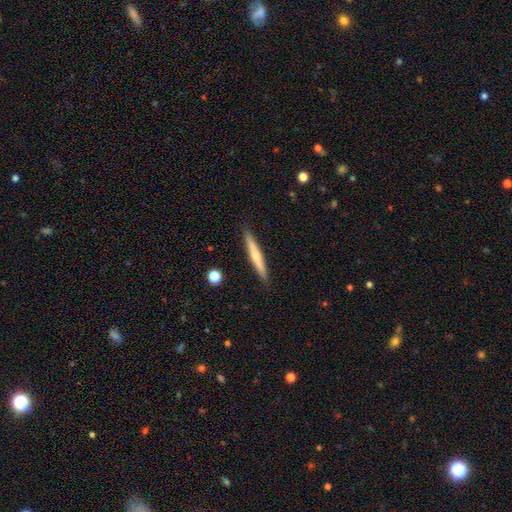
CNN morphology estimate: Smooth or featured: featured or disk — 49% (smooth — 45%)
Merging: none — 90% (minor disturbance — 7%)